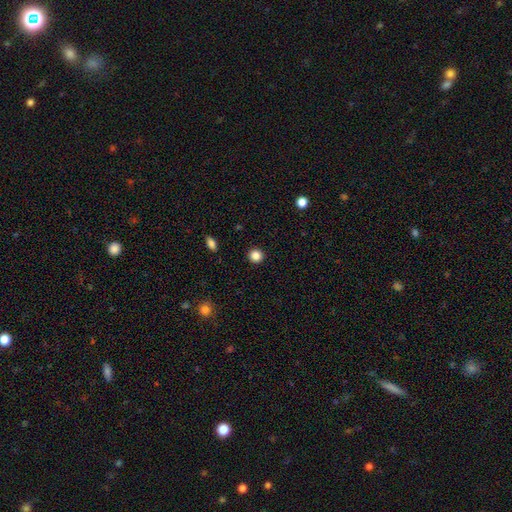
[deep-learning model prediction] Smooth or featured?
  - smooth: 86% *
  - star or artifact: 11%
  - featured or disk: 3%
How rounded?
  - round: 93% *
  - in between: 6%
  - cigar-shaped: 1%
Merging?
  - none: 93% *
  - minor disturbance: 4%
  - major disturbance: 2%
  - merger: 1%